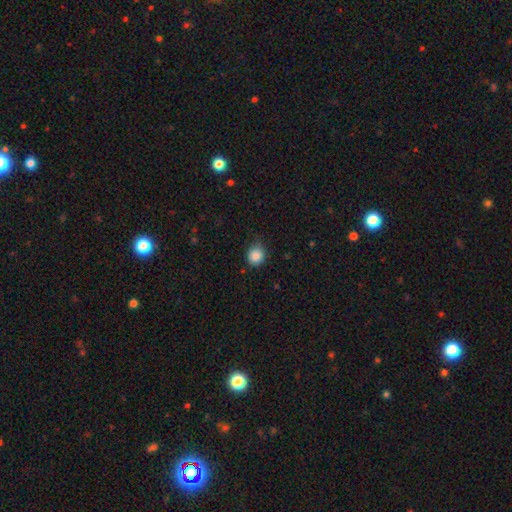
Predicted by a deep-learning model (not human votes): smooth-or-featured: smooth: 86% | star or artifact: 10% | featured or disk: 4%
  how-rounded: round: 83% | in between: 16% | cigar-shaped: 1%
  merging: none: 75% | minor disturbance: 20% | major disturbance: 4% | merger: 1%